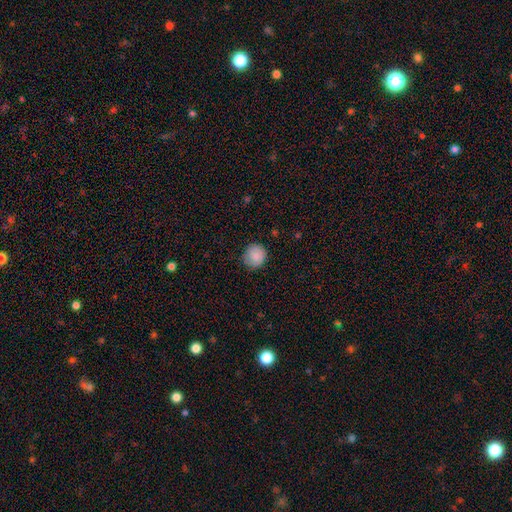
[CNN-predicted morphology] type=smooth (86%); roundness=round (90%); merging=none (83%).